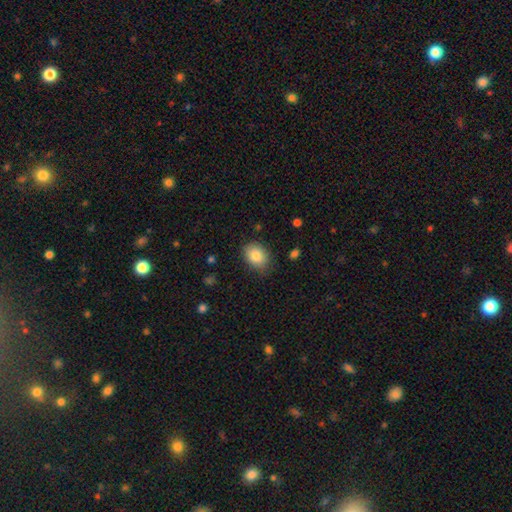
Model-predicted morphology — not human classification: Smooth or featured: smooth — 85% (star or artifact — 8%)
How rounded: in between — 67% (round — 32%)
Merging: none — 78% (minor disturbance — 18%)